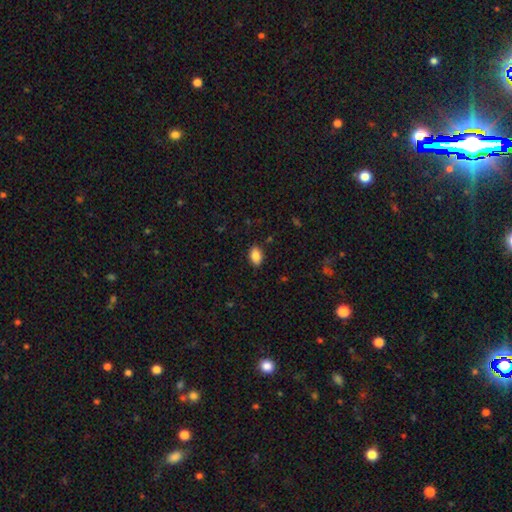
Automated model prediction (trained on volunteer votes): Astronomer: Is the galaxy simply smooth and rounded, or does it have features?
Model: smooth — 88%.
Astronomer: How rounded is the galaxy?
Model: in between — 90%.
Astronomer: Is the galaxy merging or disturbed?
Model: none — 86%.